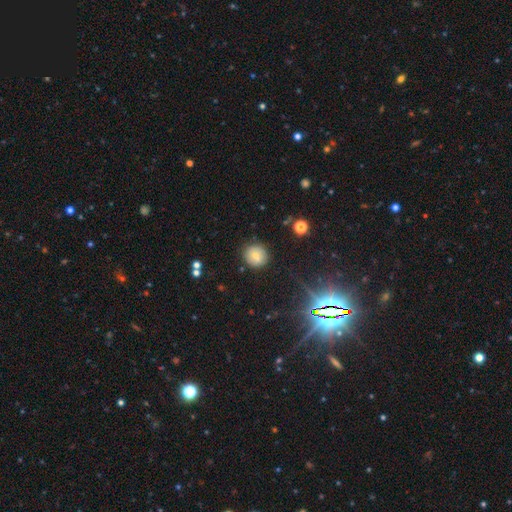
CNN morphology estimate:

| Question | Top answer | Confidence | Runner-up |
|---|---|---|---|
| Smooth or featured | smooth | 68% | featured or disk (18%) |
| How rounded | round | 91% | in between (8%) |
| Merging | none | 84% | minor disturbance (10%) |